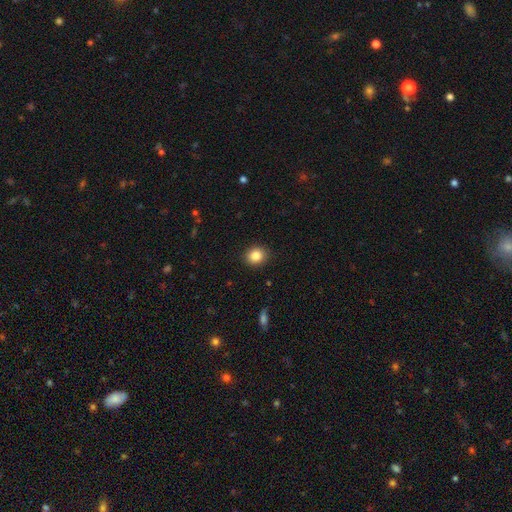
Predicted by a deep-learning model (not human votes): The model was most divided on "how rounded": round: 78%, in between: 21%, cigar-shaped: 1%. More confident: merging — none (91%); smooth or featured — smooth (85%).